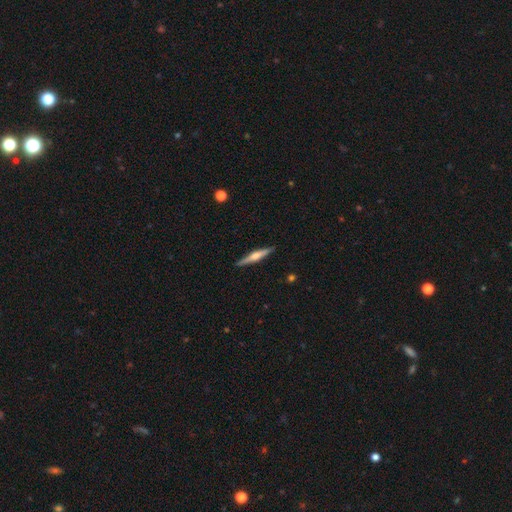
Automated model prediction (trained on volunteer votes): smooth-or-featured: featured or disk: 63% | smooth: 32% | star or artifact: 5%
  disk-edge-on: yes: 98% | no: 2%
    edge-on-bulge: rounded: 79% | boxy: 13% | none: 8%
  merging: none: 91% | minor disturbance: 7% | major disturbance: 1% | merger: 1%